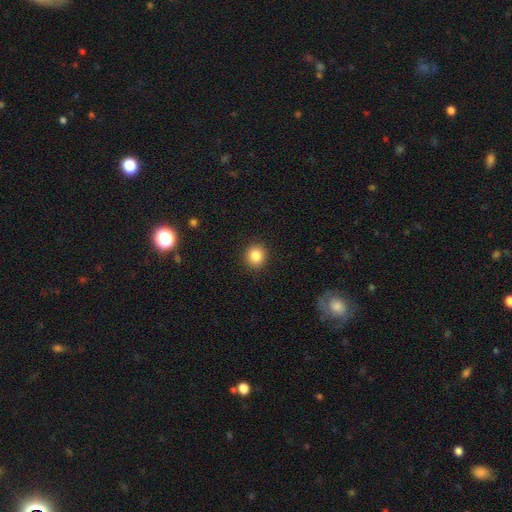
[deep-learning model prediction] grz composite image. It shows a smooth galaxy with no disk features (85%) that is round (88%). Merging: none (92%).